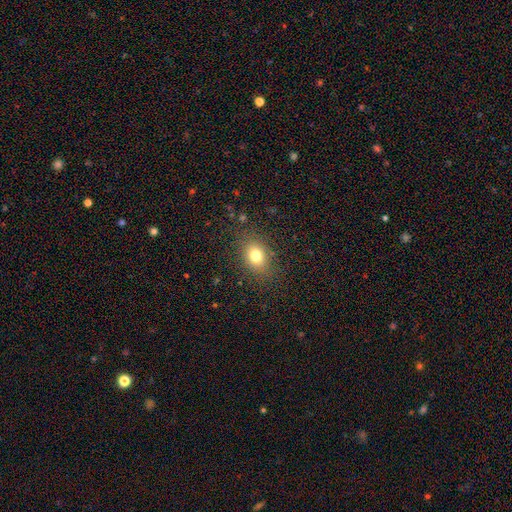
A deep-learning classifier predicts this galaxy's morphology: Smooth or featured? Predicted: smooth (p=0.76). How rounded? Predicted: in between (p=0.63). Merging? Predicted: none (p=0.83).